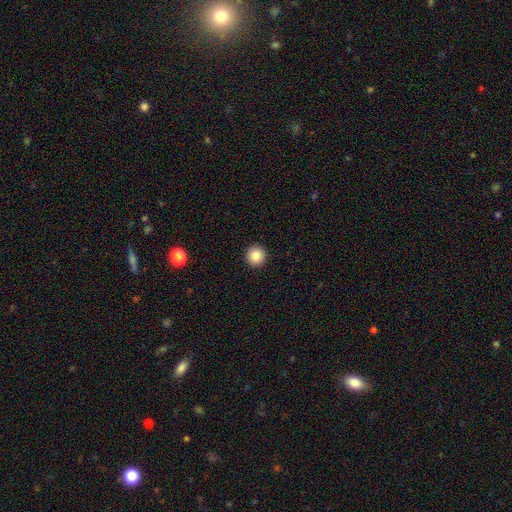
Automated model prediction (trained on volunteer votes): Smooth or featured? Predicted: smooth (p=0.85). How rounded? Predicted: round (p=0.95). Merging? Predicted: none (p=0.93).